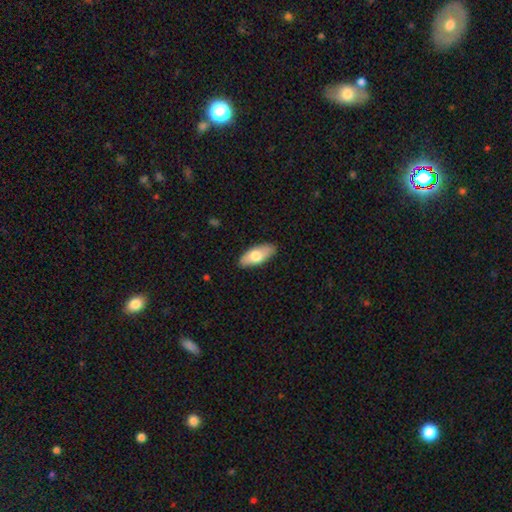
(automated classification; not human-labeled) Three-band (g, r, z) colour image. It shows a smooth galaxy with no disk features (72%) that is in between round and cigar-shaped (84%). Merging: none (87%).